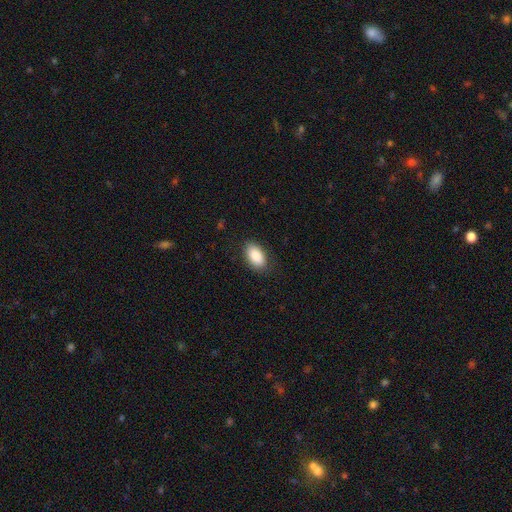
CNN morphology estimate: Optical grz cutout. It shows a smooth galaxy with no disk features (87%) that is in between round and cigar-shaped (94%). Merging: none (86%).